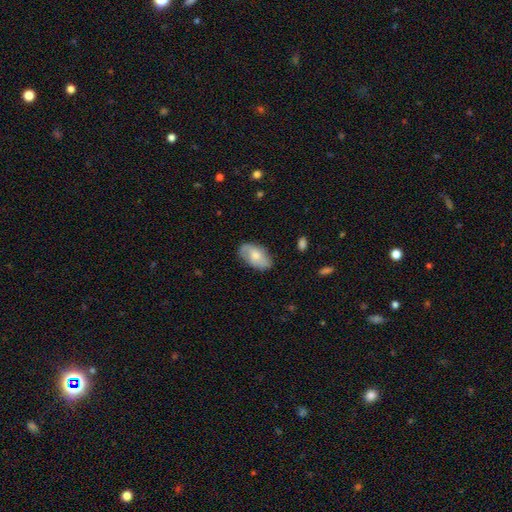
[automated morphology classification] A smooth galaxy with no disk features (60%) that is in between round and cigar-shaped (93%). Merging: none (76%).